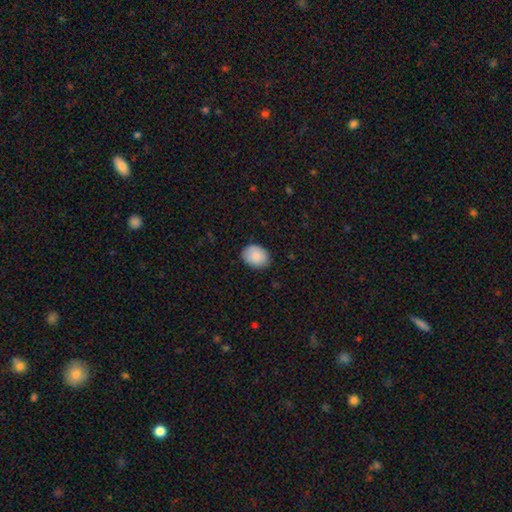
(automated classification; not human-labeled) Smooth or featured? smooth (88%)
How rounded? in between (67%)
Merging? none (84%)